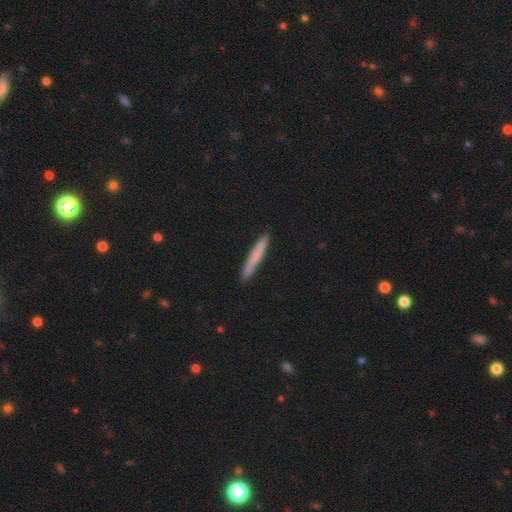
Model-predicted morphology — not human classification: smooth 70%, featured or disk 24%, star or artifact 6%. Down the decision tree: how rounded — cigar-shaped (97%); merging — none (89%).